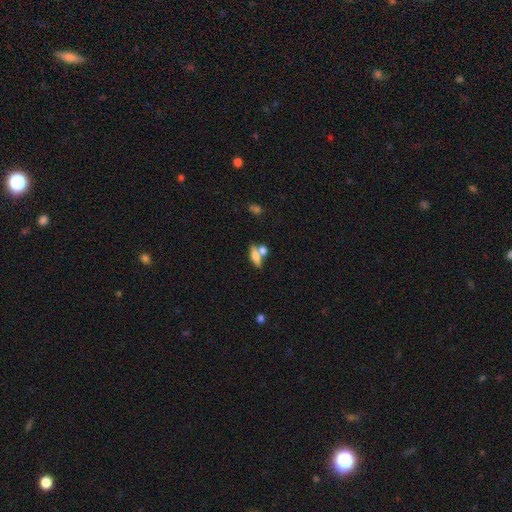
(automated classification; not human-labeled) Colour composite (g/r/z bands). It shows a smooth galaxy with no disk features (65%) that is in between round and cigar-shaped (57%). Merging: none (47%).